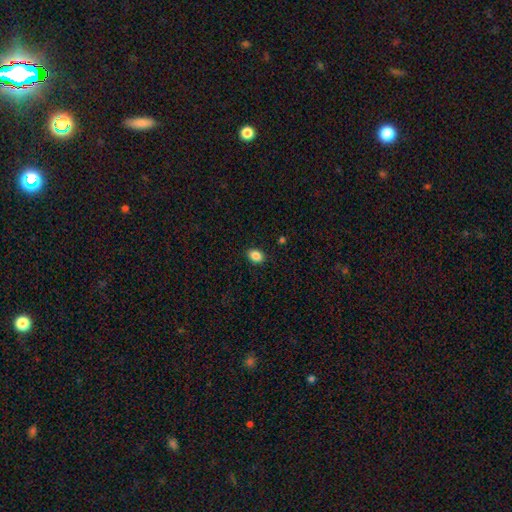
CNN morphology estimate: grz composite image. It shows a smooth galaxy with no disk features (87%) that is in between round and cigar-shaped (74%). Merging: none (89%).